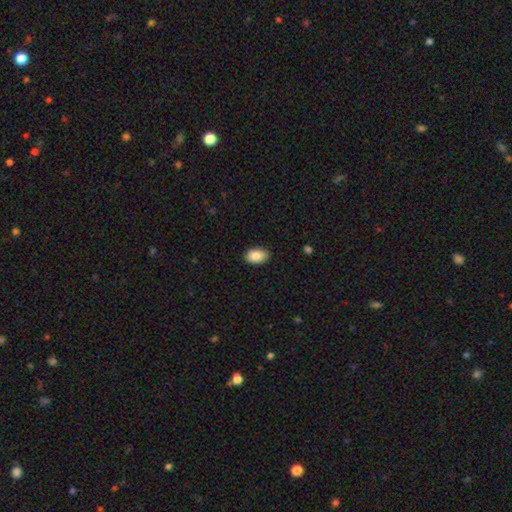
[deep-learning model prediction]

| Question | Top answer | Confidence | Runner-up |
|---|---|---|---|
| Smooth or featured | smooth | 87% | star or artifact (7%) |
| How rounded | in between | 90% | round (9%) |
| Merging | none | 87% | minor disturbance (10%) |